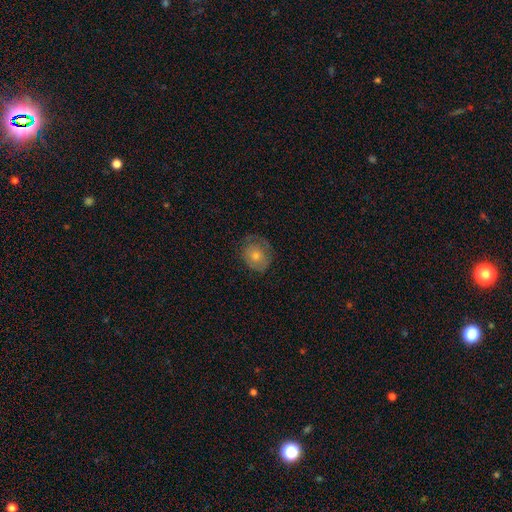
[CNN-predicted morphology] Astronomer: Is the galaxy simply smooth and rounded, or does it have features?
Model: smooth — 49% (runner-up: featured or disk, 41%).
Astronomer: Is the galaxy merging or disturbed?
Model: none — 70%.